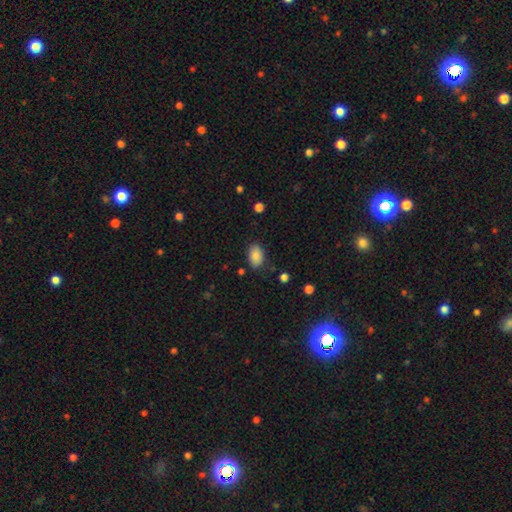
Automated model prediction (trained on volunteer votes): This appears to be a smooth galaxy with no disk features (85%) that is in between round and cigar-shaped (88%). Merging: none (82%).